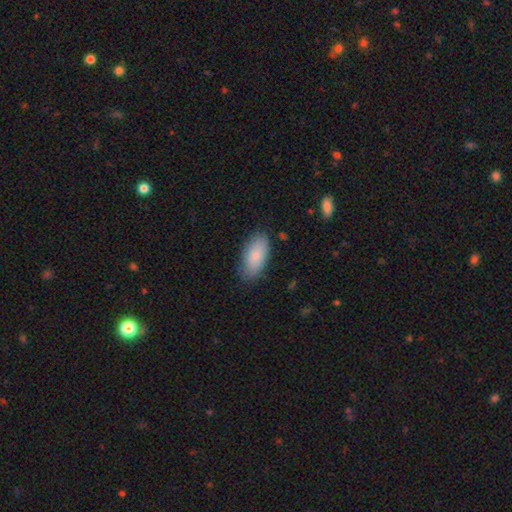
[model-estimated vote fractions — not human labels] This appears to be a smooth galaxy with no disk features (85%) that is in between round and cigar-shaped (92%). Merging: none (81%).